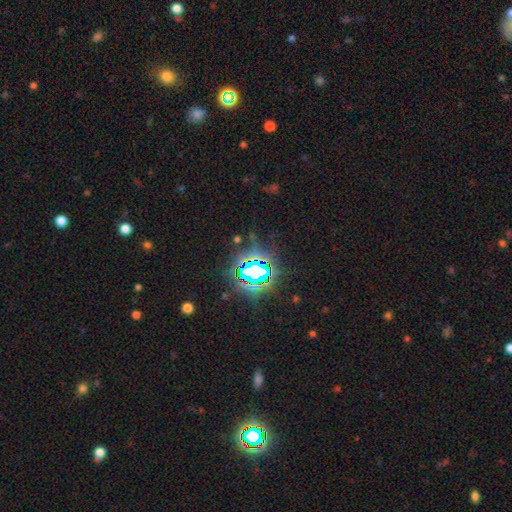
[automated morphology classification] Smooth or featured? Predicted: star or artifact (p=0.81).